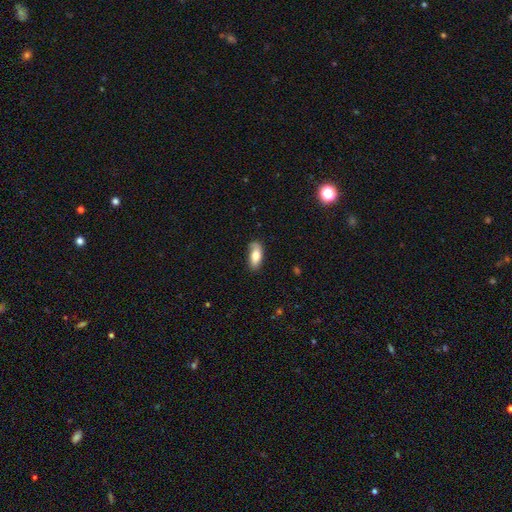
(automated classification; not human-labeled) This is likely a smooth galaxy (76%). How rounded: clearly in between (85%). Merging: likely none (70%).